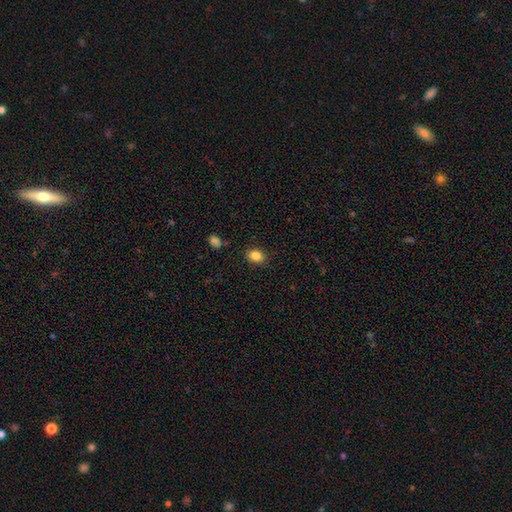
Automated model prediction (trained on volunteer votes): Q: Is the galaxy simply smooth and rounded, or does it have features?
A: smooth — 85%.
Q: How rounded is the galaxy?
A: in between — 70%.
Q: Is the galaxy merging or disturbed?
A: none — 87%.